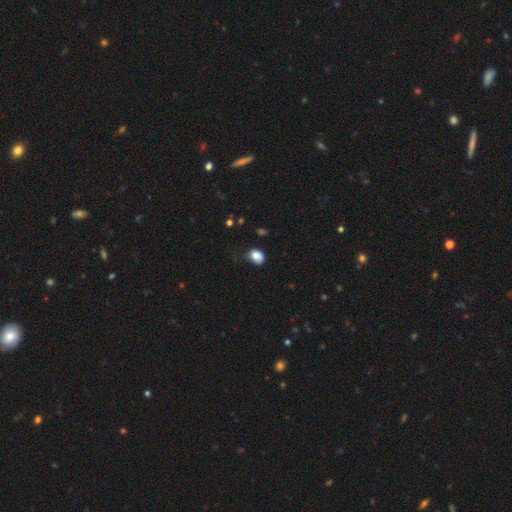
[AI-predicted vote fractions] A smooth galaxy with no disk features (82%) that is in between round and cigar-shaped (53%).

Vote fractions:
- Smooth or featured? smooth: 82% / star or artifact: 9% / featured or disk: 8%
- How rounded? in between: 53% / round: 46% / cigar-shaped: 1%
- Merging? none: 53% / minor disturbance: 34% / major disturbance: 10% / merger: 2%